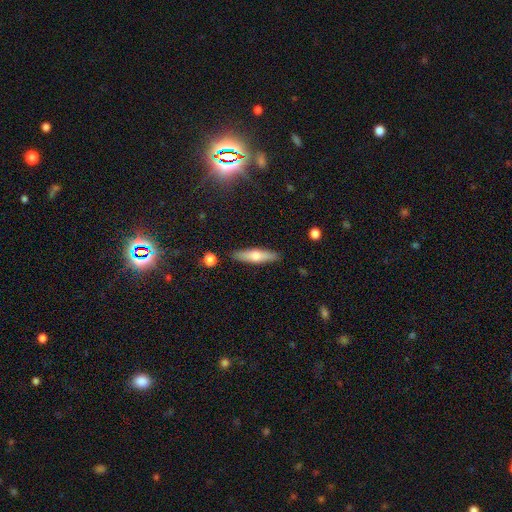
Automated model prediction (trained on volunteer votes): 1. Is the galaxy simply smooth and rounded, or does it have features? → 58% smooth, 36% featured or disk, 6% star or artifact.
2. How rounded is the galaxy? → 73% cigar-shaped, 25% in between, 2% round.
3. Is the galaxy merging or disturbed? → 88% none, 8% minor disturbance, 2% merger, 2% major disturbance.